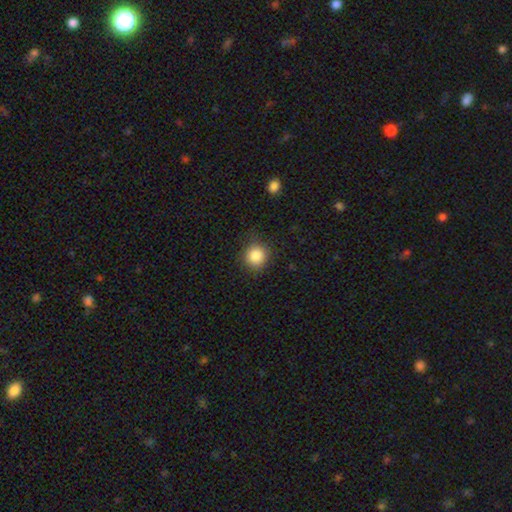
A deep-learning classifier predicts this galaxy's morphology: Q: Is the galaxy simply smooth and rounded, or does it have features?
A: smooth — 85%.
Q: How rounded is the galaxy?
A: round — 91%.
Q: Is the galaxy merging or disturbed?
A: none — 85%.